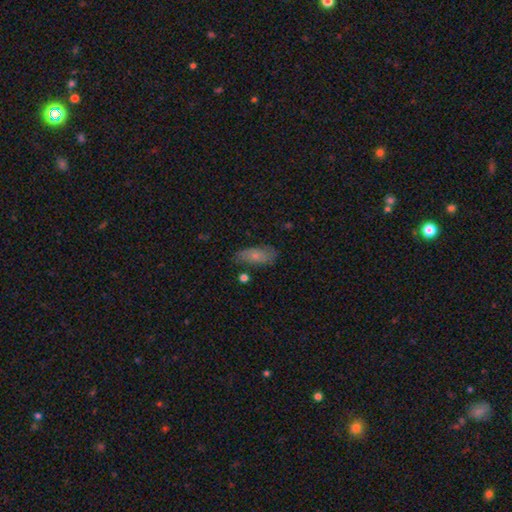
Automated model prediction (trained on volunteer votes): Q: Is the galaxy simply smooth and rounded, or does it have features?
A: smooth — 69%.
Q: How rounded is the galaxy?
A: in between — 82%.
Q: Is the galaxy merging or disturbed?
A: none — 72%.